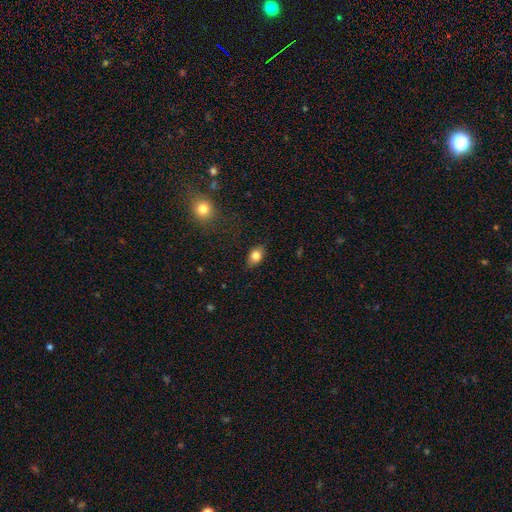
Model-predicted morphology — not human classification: Smooth or featured?
  - smooth: 79% *
  - featured or disk: 12%
  - star or artifact: 9%
How rounded?
  - in between: 81% *
  - round: 16%
  - cigar-shaped: 3%
Merging?
  - none: 83% *
  - minor disturbance: 13%
  - major disturbance: 3%
  - merger: 1%